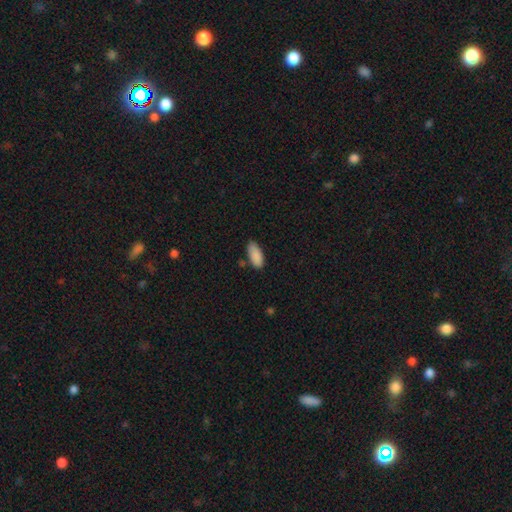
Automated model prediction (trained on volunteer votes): smooth 89%, star or artifact 7%, featured or disk 4%. Down the decision tree: how rounded — in between (87%); merging — none (74%).